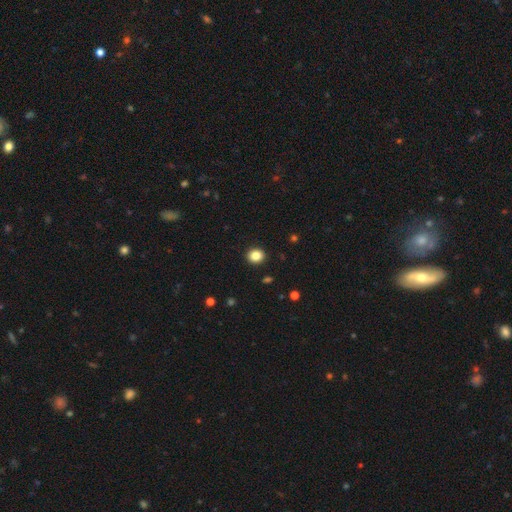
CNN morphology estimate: Smooth or featured: smooth — 85% (star or artifact — 10%)
How rounded: round — 76% (in between — 23%)
Merging: none — 92% (minor disturbance — 5%)